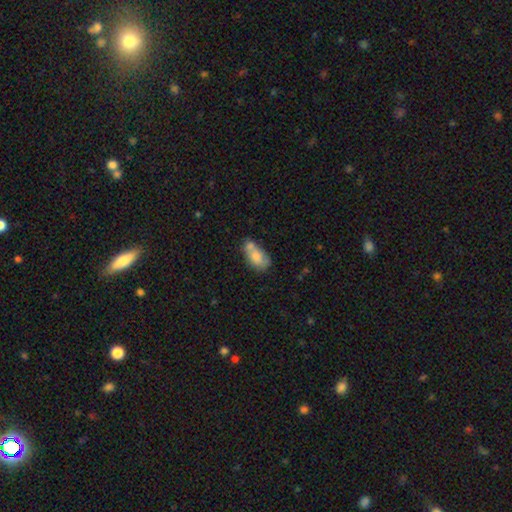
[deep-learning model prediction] Smooth or featured? smooth (72%)
How rounded? in between (88%)
Merging? merger (40%)